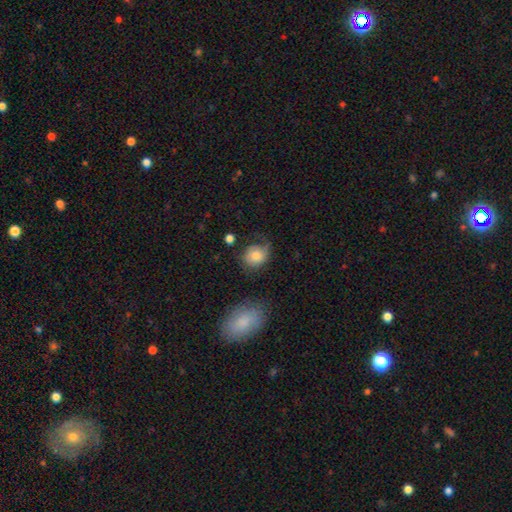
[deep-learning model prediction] Smooth or featured? Predicted: smooth (p=0.67). How rounded? Predicted: round (p=0.67). Merging? Predicted: none (p=0.45).